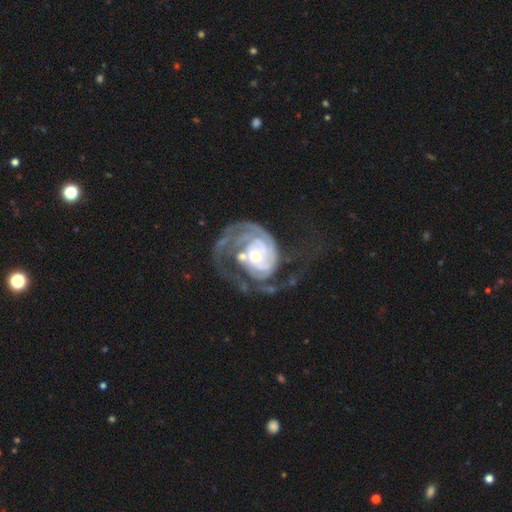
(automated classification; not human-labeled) Morphology: type=featured or disk (87%); edge-on=no (98%); bar=no (69%); spiral arms=yes (93%); winding=tight (49%); arm count=2 (35%); bulge=small (47%); merging=major disturbance (49%).